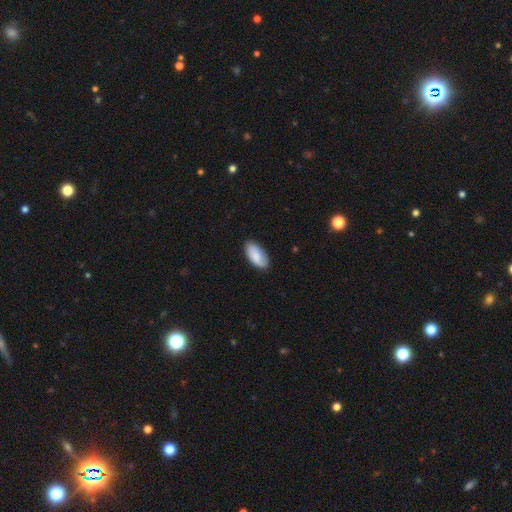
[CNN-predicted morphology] smooth-or-featured: smooth: 79% | featured or disk: 15% | star or artifact: 6%
  how-rounded: in between: 94% | cigar-shaped: 4% | round: 2%
  merging: none: 82% | minor disturbance: 14% | major disturbance: 3% | merger: 1%